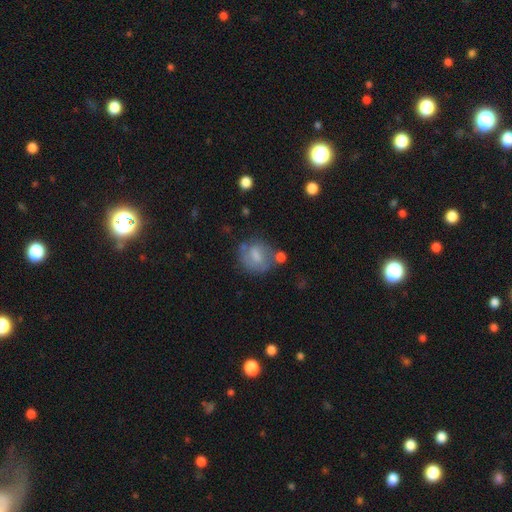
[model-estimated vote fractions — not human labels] Smooth or featured: smooth — 58% (featured or disk — 33%)
How rounded: round — 62% (in between — 36%)
Merging: none — 53% (minor disturbance — 23%)